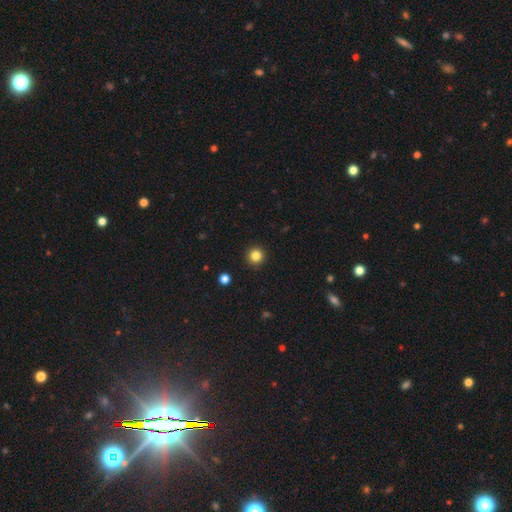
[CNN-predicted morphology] Smooth or featured? smooth (83%)
How rounded? round (95%)
Merging? none (93%)